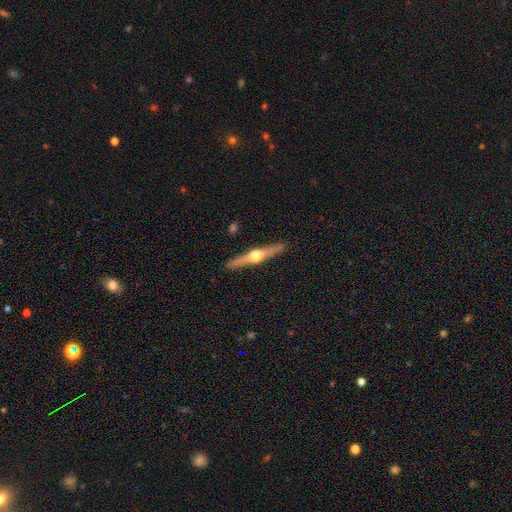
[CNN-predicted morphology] Overall: featured or disk (77%). Edge-on disk: yes (98%). Edge-on bulge: rounded (96%). Merging: none (92%).